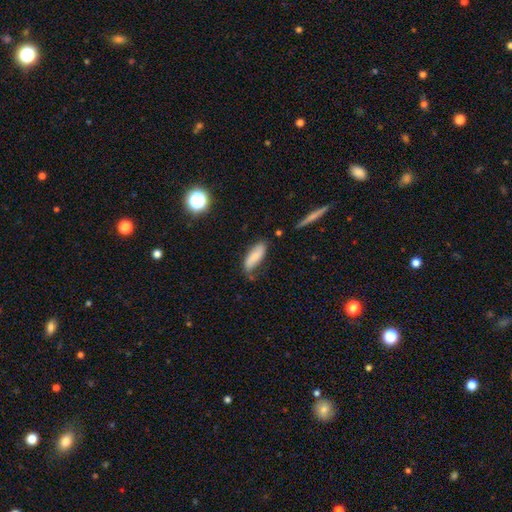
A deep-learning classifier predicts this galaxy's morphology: The model was most divided on "merging": none: 60%, minor disturbance: 29%, major disturbance: 7%, merger: 4%. More confident: how rounded — in between (70%); smooth or featured — smooth (70%).